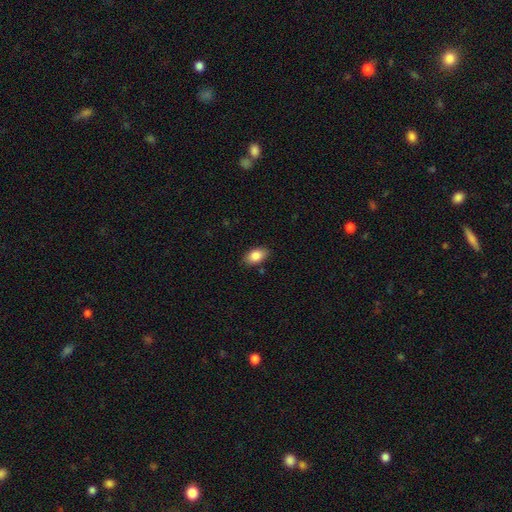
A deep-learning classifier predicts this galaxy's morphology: A smooth galaxy with no disk features (85%) that is in between round and cigar-shaped (91%). Merging: none (84%).